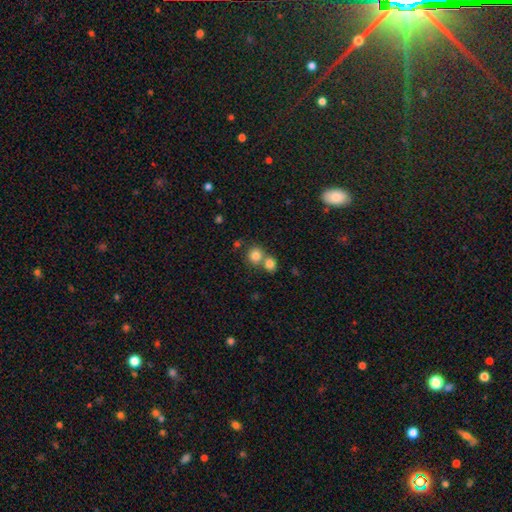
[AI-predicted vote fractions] Q: Smooth or featured?
A: smooth (82%); runner-up: star or artifact (11%)
Q: How rounded?
A: round (86%); runner-up: in between (13%)
Q: Merging?
A: none (51%); runner-up: merger (41%)